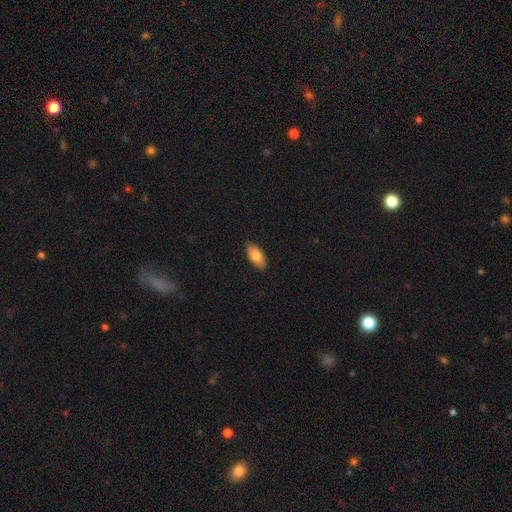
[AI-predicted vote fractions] smooth_or_featured: smooth (p=0.81) [alt: featured or disk p=0.13]
how_rounded: in between (p=0.91) [alt: cigar-shaped p=0.07]
merging: none (p=0.89) [alt: minor disturbance p=0.08]